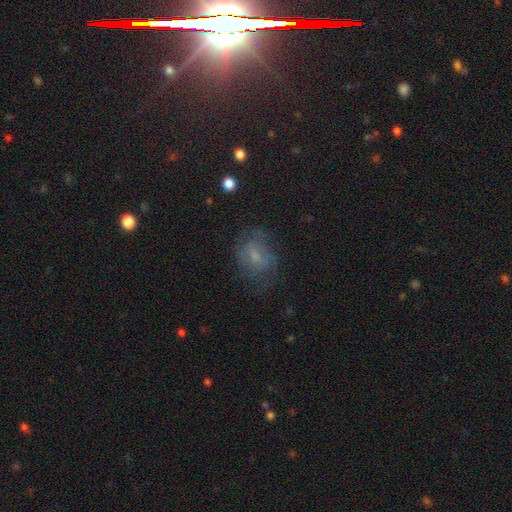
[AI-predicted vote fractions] This appears to be a smooth galaxy with no disk features (51%) that is in between round and cigar-shaped (52%). Merging: none (56%).